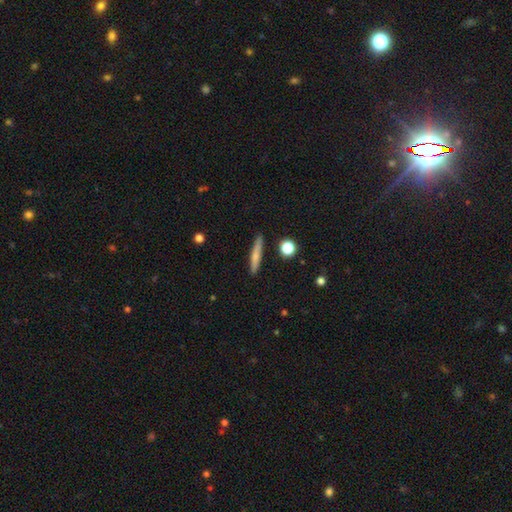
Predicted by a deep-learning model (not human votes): This appears to be a smooth galaxy with no disk features (68%) that is cigar-shaped (91%). Merging: none (88%).